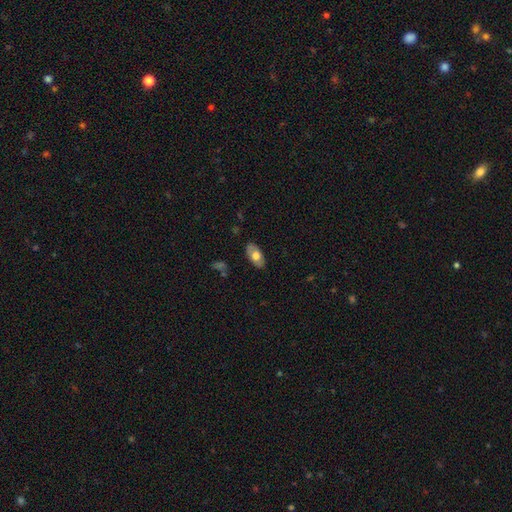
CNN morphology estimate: Smooth or featured? smooth (64%)
How rounded? in between (92%)
Merging? none (83%)